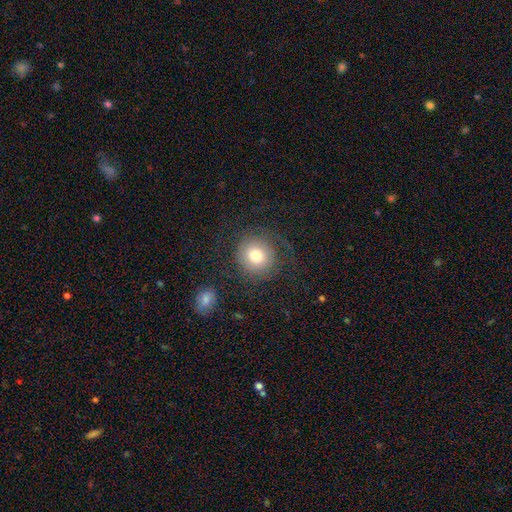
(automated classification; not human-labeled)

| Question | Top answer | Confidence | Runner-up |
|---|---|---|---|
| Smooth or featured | smooth | 70% | featured or disk (21%) |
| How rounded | round | 89% | in between (10%) |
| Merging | none | 71% | major disturbance (14%) |